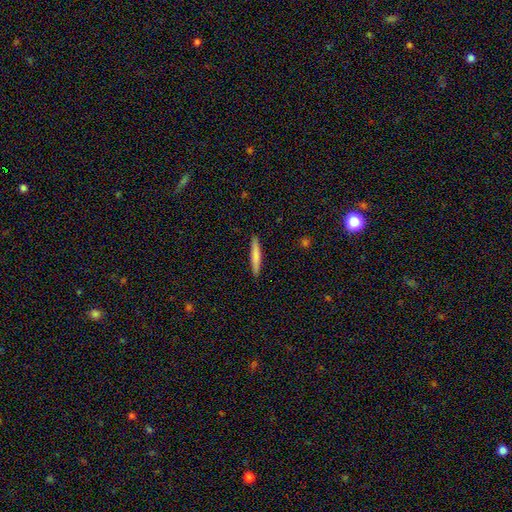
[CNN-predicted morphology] The model was most divided on "smooth or featured": smooth: 74%, featured or disk: 20%, star or artifact: 5%. More confident: how rounded — cigar-shaped (94%); merging — none (91%).